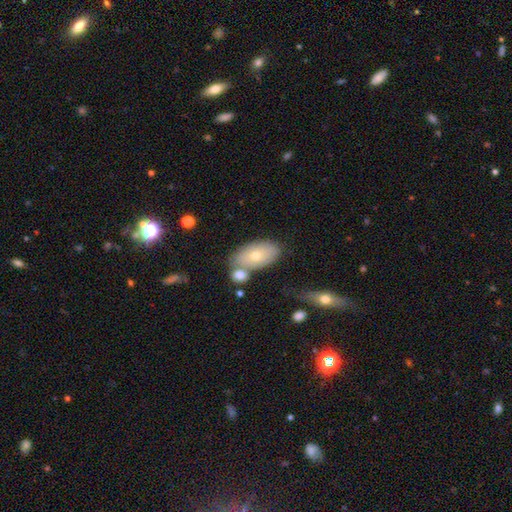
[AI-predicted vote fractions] Morphology: type=smooth (66%); roundness=in between (92%); merging=none (61%).